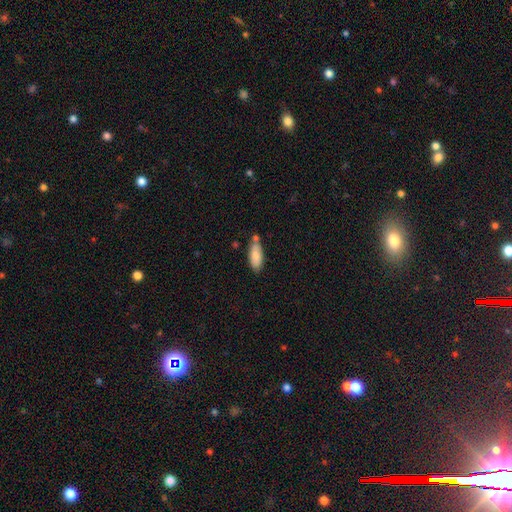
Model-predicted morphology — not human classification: This appears to be a smooth galaxy with no disk features (82%) that is in between round and cigar-shaped (77%). Merging: none (65%).